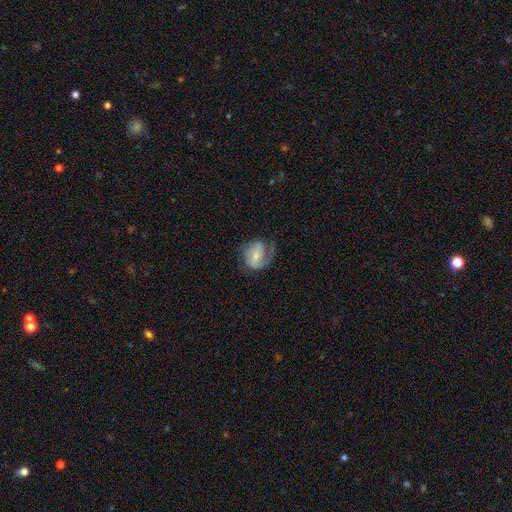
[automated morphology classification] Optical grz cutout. It shows a featured or disk galaxy (68%) with no bar (48%), 2 (57%) medium (44%) spiral arms (90%) and a small central bulge (60%). Merging: none (56%).